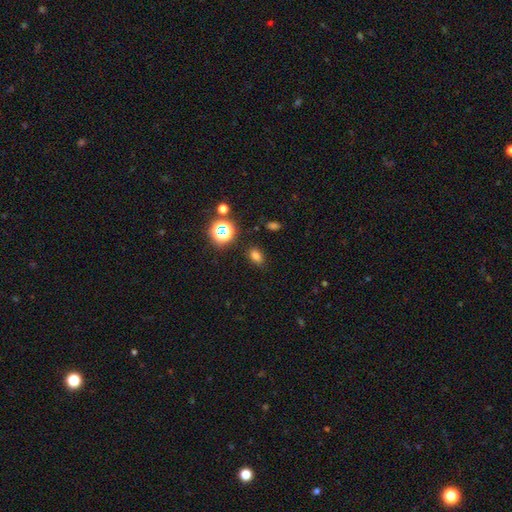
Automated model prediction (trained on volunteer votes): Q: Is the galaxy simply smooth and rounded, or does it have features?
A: smooth — 72%.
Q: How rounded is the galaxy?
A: in between — 76%.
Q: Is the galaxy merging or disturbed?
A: none — 82%.